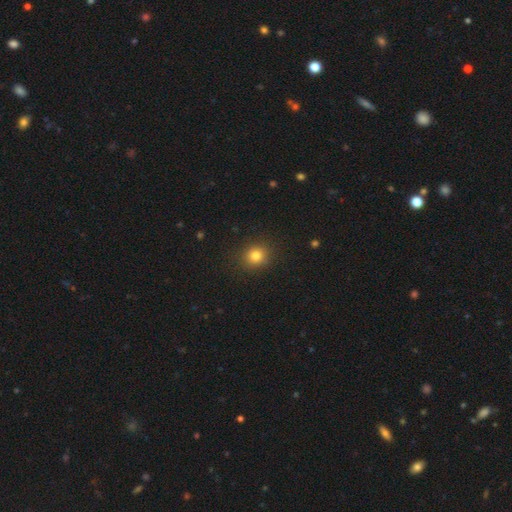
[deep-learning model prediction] A smooth galaxy with no disk features (81%) that is round (83%).

Vote fractions:
- Smooth or featured? smooth: 81% / star or artifact: 13% / featured or disk: 6%
- How rounded? round: 83% / in between: 16% / cigar-shaped: 1%
- Merging? none: 89% / minor disturbance: 7% / major disturbance: 2% / merger: 1%